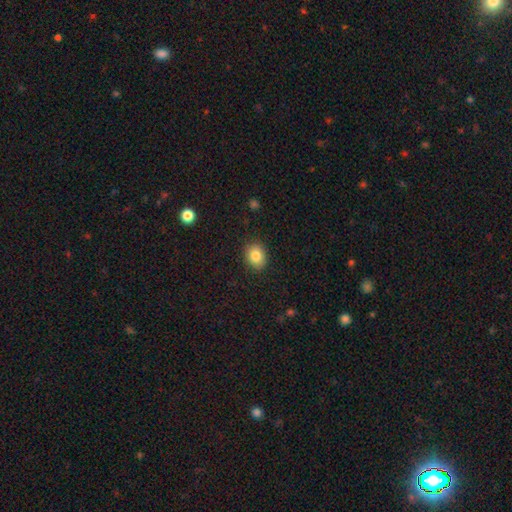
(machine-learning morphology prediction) Smooth or featured? smooth (85%)
How rounded? in between (50%, tied with round)
Merging? none (88%)